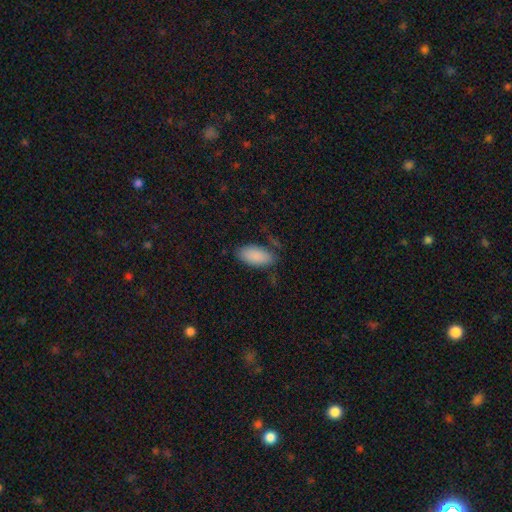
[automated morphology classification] The model was most divided on "merging": none: 73%, minor disturbance: 18%, major disturbance: 6%, merger: 3%. More confident: how rounded — in between (93%); smooth or featured — smooth (88%).